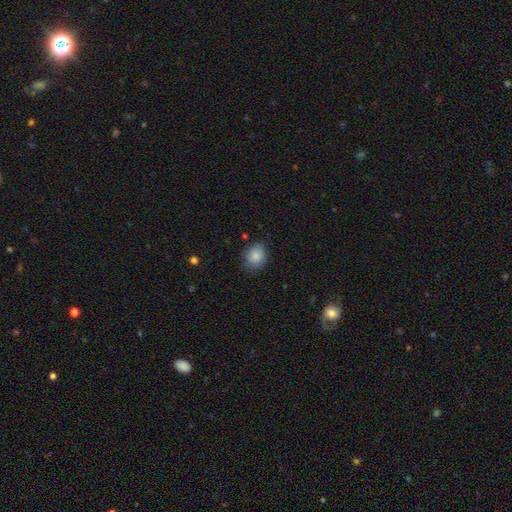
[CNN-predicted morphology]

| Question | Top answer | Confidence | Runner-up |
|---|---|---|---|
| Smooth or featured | smooth | 85% | star or artifact (8%) |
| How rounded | round | 55% | in between (44%) |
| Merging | none | 75% | minor disturbance (20%) |